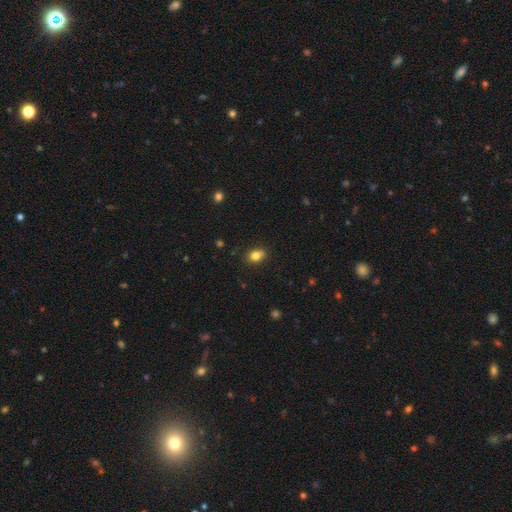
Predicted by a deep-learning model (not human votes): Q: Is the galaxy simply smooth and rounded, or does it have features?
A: smooth — 82%.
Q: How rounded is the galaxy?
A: in between — 68%.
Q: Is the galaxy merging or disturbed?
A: none — 78%.